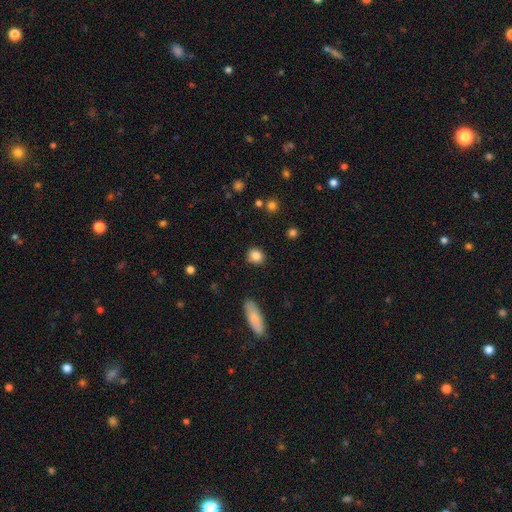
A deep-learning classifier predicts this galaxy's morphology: smooth 85%, star or artifact 9%, featured or disk 6%. Down the decision tree: how rounded — round (73%); merging — none (88%).